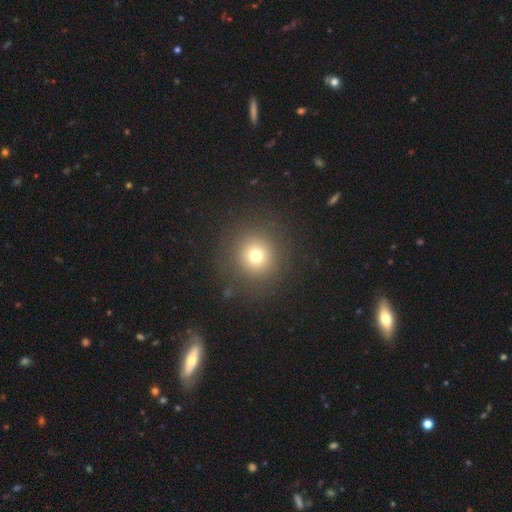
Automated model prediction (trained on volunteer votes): Smooth or featured? Predicted: smooth (p=0.73). How rounded? Predicted: round (p=0.94). Merging? Predicted: none (p=0.87).